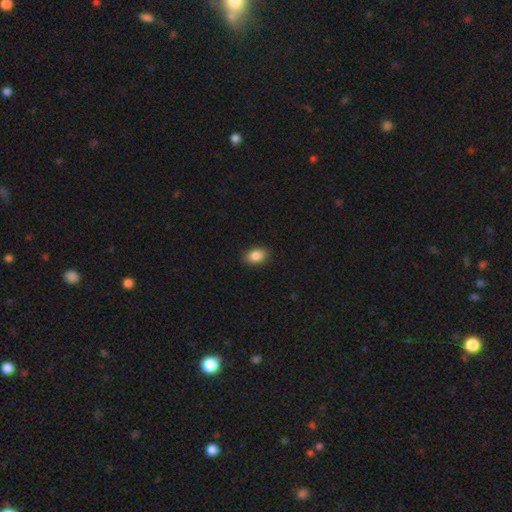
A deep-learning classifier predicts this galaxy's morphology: This is clearly a smooth galaxy (87%). How rounded: clearly in between (82%). Merging: clearly none (89%).